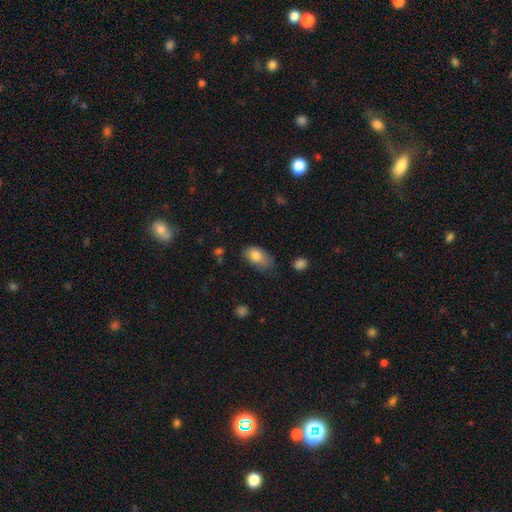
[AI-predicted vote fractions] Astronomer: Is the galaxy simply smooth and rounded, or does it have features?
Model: smooth — 81%.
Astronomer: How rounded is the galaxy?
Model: in between — 90%.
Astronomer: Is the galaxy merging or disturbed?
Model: none — 45% (runner-up: minor disturbance, 38%).